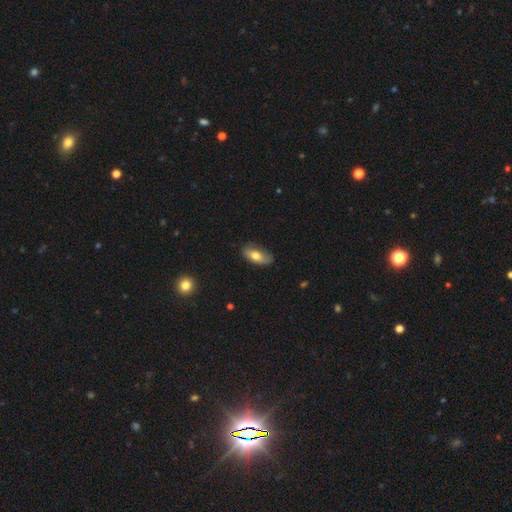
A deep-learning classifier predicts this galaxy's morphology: Smooth or featured: smooth — 71% (featured or disk — 22%)
How rounded: in between — 88% (cigar-shaped — 7%)
Merging: none — 75% (minor disturbance — 20%)